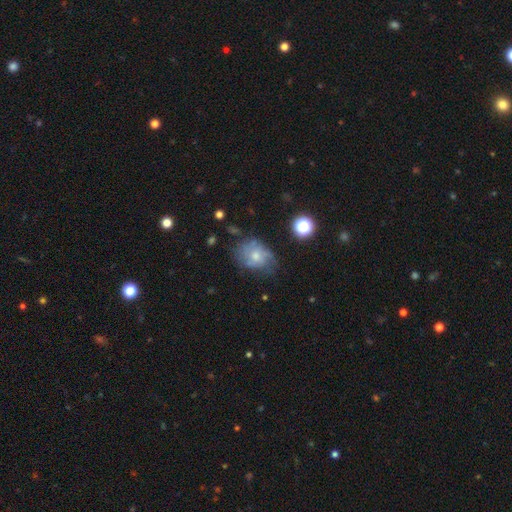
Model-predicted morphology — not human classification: Smooth or featured?
  - smooth: 48% *
  - featured or disk: 40%
  - star or artifact: 11%
Merging?
  - none: 47% *
  - minor disturbance: 31%
  - major disturbance: 19%
  - merger: 3%